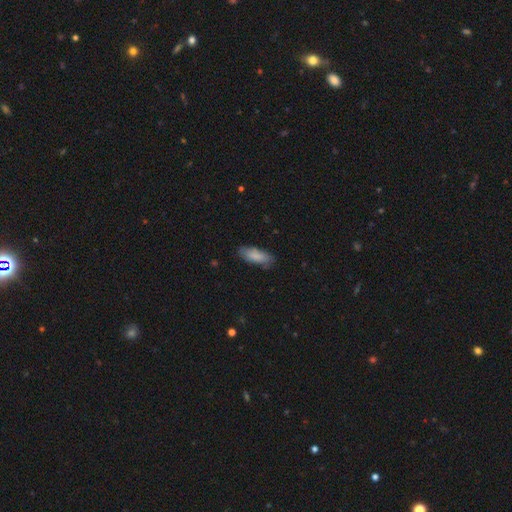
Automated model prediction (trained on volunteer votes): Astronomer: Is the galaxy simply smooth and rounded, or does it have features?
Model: smooth — 85%.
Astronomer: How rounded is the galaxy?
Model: in between — 73%.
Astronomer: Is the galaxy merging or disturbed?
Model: none — 77%.